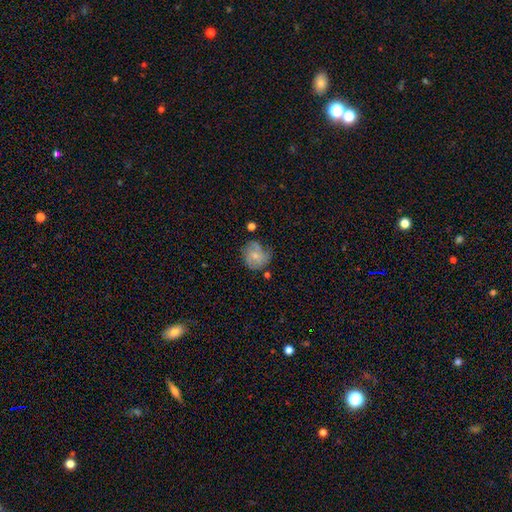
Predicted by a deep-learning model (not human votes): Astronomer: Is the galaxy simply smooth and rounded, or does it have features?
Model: smooth — 49% (runner-up: featured or disk, 43%).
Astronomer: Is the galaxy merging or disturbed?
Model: none — 55%.